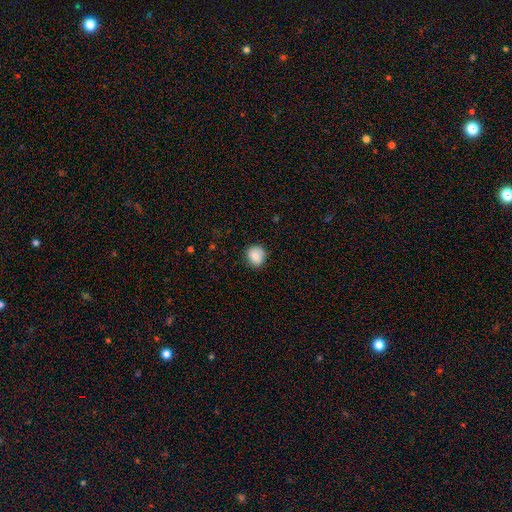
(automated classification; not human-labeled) Q: Smooth or featured?
A: smooth (81%); runner-up: featured or disk (11%)
Q: How rounded?
A: round (83%); runner-up: in between (16%)
Q: Merging?
A: none (83%); runner-up: minor disturbance (13%)